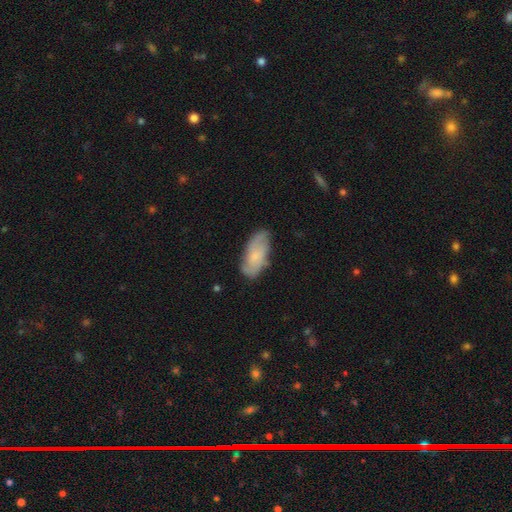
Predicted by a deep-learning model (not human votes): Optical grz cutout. It shows a smooth galaxy with no disk features (50%) that is in between round and cigar-shaped (89%). Merging: none (71%).